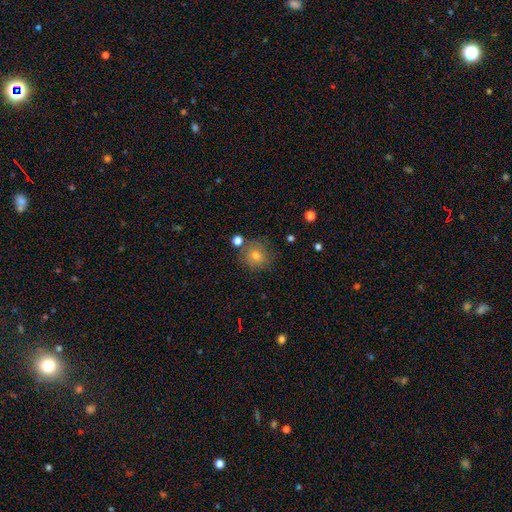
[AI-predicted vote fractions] Overall: smooth (66%). How rounded: round (88%). Merging: none (78%).